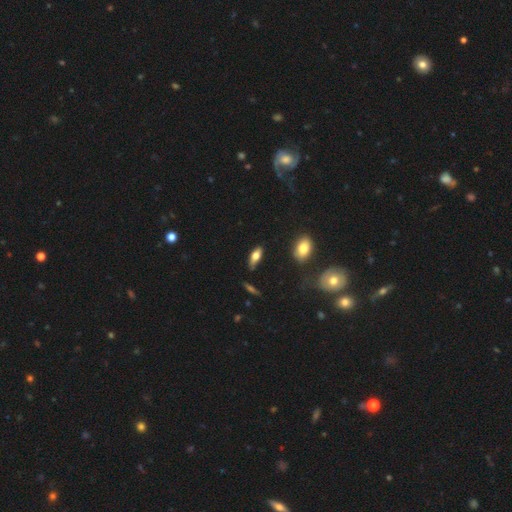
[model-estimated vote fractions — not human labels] Smooth or featured: smooth — 67% (featured or disk — 25%)
How rounded: in between — 77% (cigar-shaped — 19%)
Merging: none — 74% (minor disturbance — 18%)